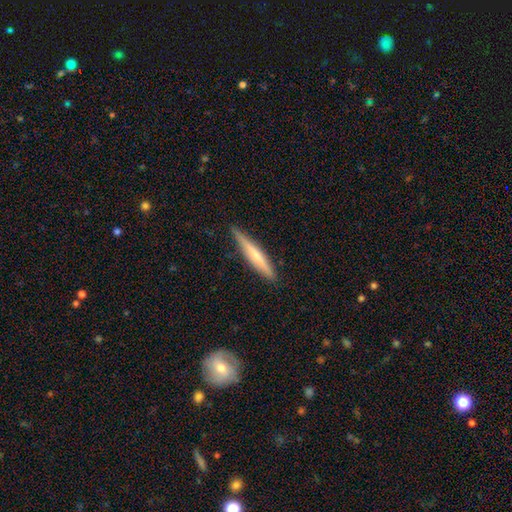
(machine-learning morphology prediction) smooth-or-featured: smooth: 51% | featured or disk: 44% | star or artifact: 6%
  how-rounded: cigar-shaped: 94% | in between: 5% | round: 1%
  merging: none: 88% | minor disturbance: 10% | major disturbance: 2% | merger: 1%